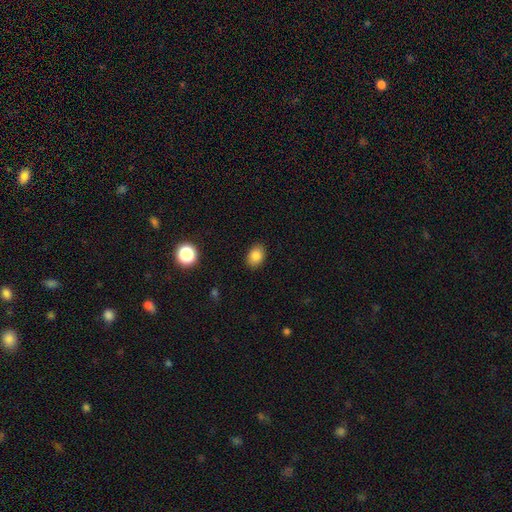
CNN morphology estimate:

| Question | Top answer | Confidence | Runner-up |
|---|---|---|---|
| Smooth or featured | smooth | 85% | star or artifact (10%) |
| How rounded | in between | 73% | round (26%) |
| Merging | none | 88% | minor disturbance (9%) |